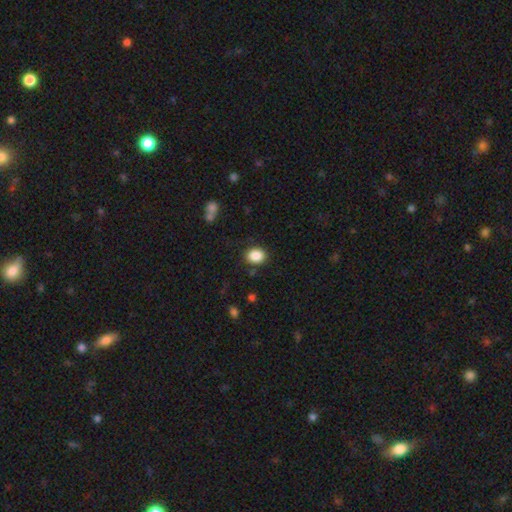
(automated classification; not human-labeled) A smooth galaxy with no disk features (87%) that is round (53%).

Vote fractions:
- Smooth or featured? smooth: 87% / star or artifact: 9% / featured or disk: 4%
- How rounded? round: 53% / in between: 46% / cigar-shaped: 1%
- Merging? none: 84% / minor disturbance: 10% / major disturbance: 3% / merger: 2%